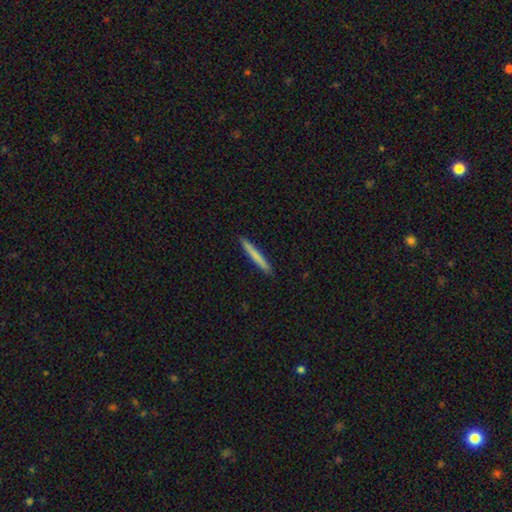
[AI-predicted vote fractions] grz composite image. It shows a smooth galaxy with no disk features (73%) that is cigar-shaped (97%). Merging: none (92%).